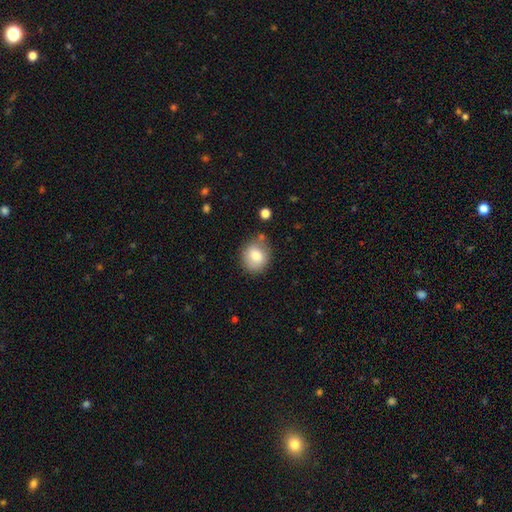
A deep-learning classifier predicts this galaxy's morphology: A smooth galaxy with no disk features (78%) that is round (76%). Merging: none (76%).